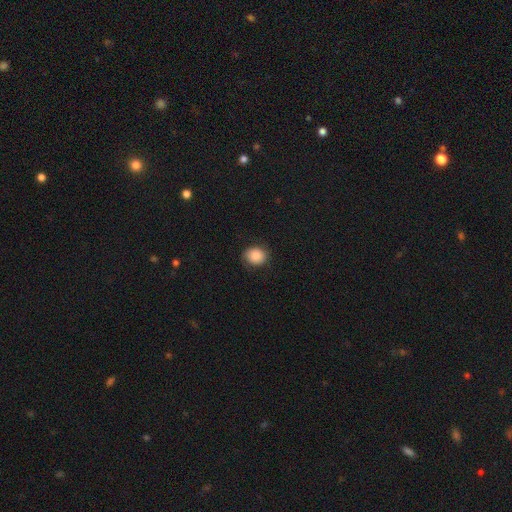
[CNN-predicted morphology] Smooth or featured?
  - smooth: 87% *
  - star or artifact: 8%
  - featured or disk: 5%
How rounded?
  - round: 62% *
  - in between: 37%
  - cigar-shaped: 1%
Merging?
  - none: 82% *
  - minor disturbance: 14%
  - major disturbance: 3%
  - merger: 1%